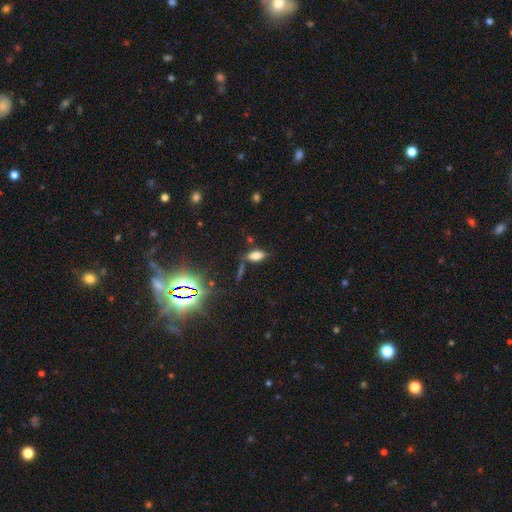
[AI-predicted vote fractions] This is likely a smooth galaxy (62%). How rounded: clearly in between (82%). Merging: likely none (69%).